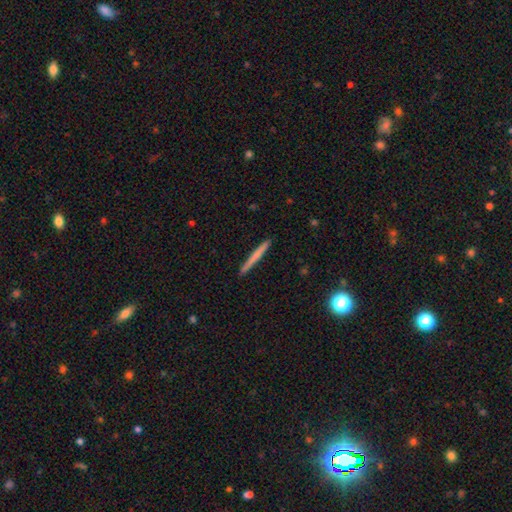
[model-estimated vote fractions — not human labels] A smooth galaxy with no disk features (63%) that is cigar-shaped (97%).

Vote fractions:
- Smooth or featured? smooth: 63% / featured or disk: 32% / star or artifact: 6%
- How rounded? cigar-shaped: 97% / in between: 2% / round: 1%
- Merging? none: 92% / minor disturbance: 5% / major disturbance: 1% / merger: 1%